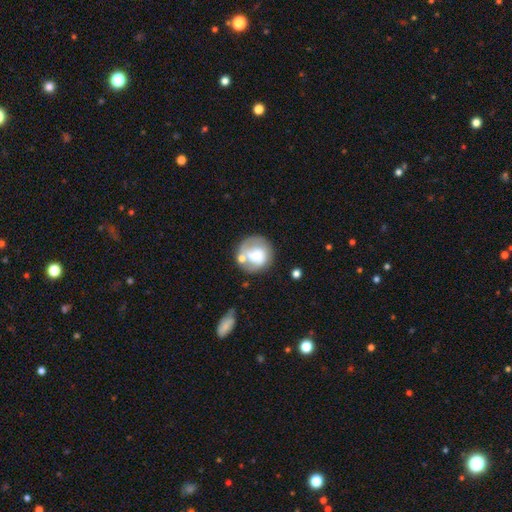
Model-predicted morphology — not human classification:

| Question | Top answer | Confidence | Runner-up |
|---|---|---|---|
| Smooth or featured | smooth | 55% | featured or disk (37%) |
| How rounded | round | 85% | in between (14%) |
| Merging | none | 50% | minor disturbance (20%) |